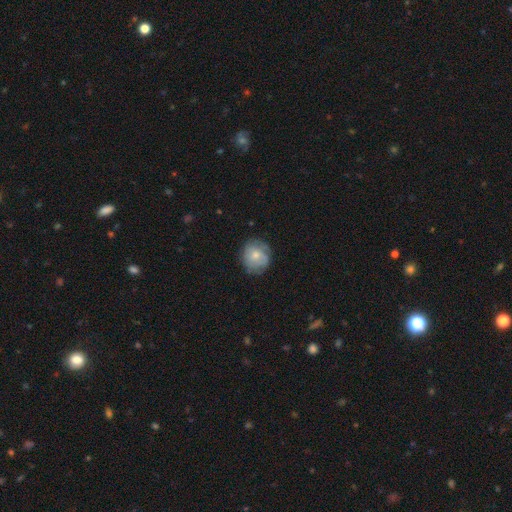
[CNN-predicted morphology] Q: Smooth or featured?
A: smooth (62%); runner-up: featured or disk (31%)
Q: How rounded?
A: round (83%); runner-up: in between (16%)
Q: Merging?
A: none (72%); runner-up: minor disturbance (21%)